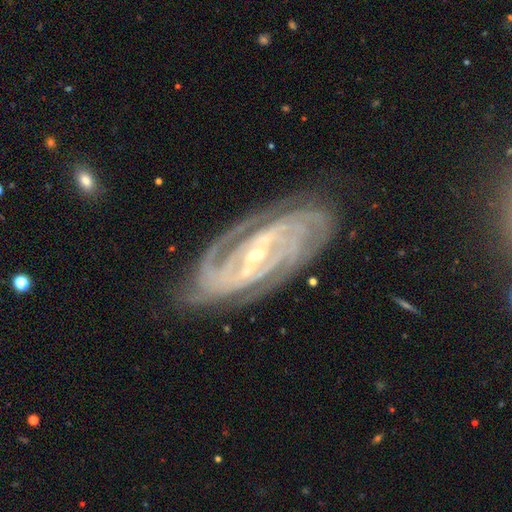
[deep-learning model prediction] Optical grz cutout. It shows a featured or disk galaxy (91%) with a strong bar (48%), 2 (29%) tight (73%) spiral arms (98%) and a small central bulge (70%). Merging: none (80%).